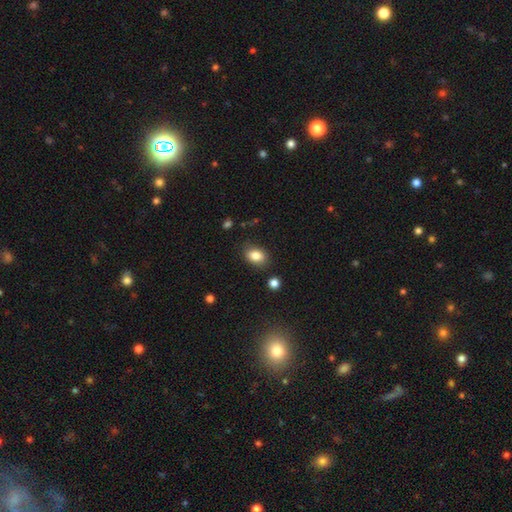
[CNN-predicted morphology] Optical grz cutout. It shows a smooth galaxy with no disk features (84%) that is in between round and cigar-shaped (75%). Merging: none (83%).